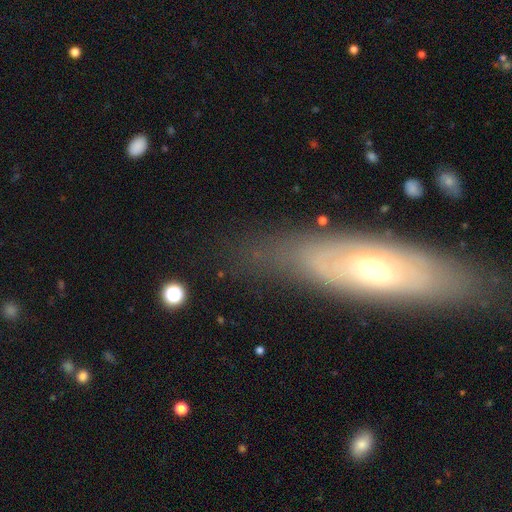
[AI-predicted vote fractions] smooth_or_featured: featured or disk (p=0.59) [alt: smooth p=0.31]
disk_edge_on: no (p=0.63) [alt: yes p=0.37]
merging: none (p=0.75) [alt: minor disturbance p=0.16]